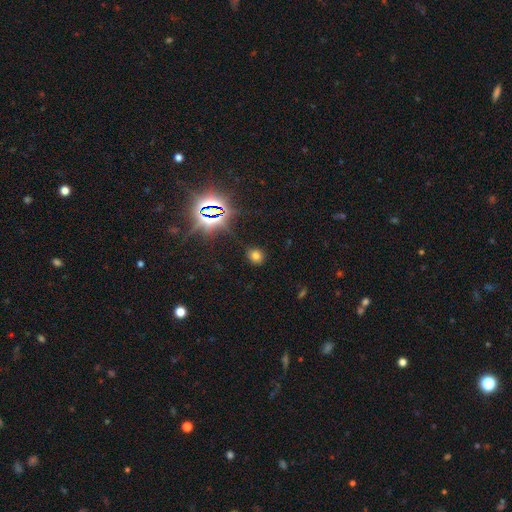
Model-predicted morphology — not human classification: Smooth or featured?
  - smooth: 66% *
  - star or artifact: 27%
  - featured or disk: 7%
How rounded?
  - round: 74% *
  - in between: 25%
  - cigar-shaped: 1%
Merging?
  - none: 85% *
  - minor disturbance: 10%
  - major disturbance: 3%
  - merger: 2%